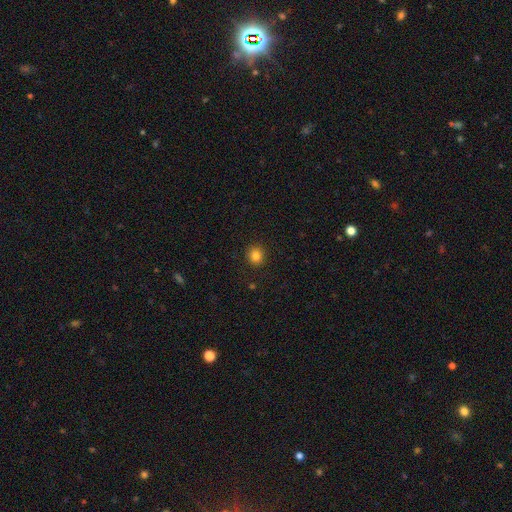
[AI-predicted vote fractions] A smooth galaxy with no disk features (83%) that is round (88%). Merging: none (92%).